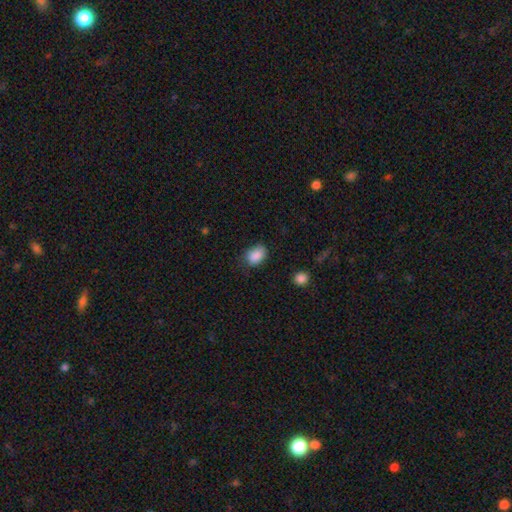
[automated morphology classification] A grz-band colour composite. It shows a smooth galaxy with no disk features (88%) that is in between round and cigar-shaped (79%). Merging: none (68%).